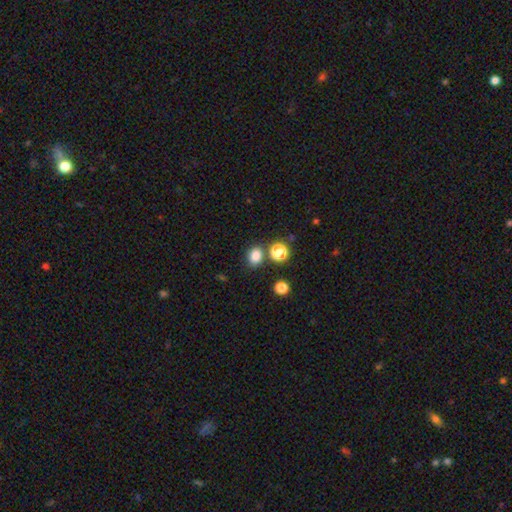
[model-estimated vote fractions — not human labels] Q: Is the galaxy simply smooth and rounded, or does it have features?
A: smooth — 82%.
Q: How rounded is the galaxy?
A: round — 53%.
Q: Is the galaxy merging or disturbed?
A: none — 75%.